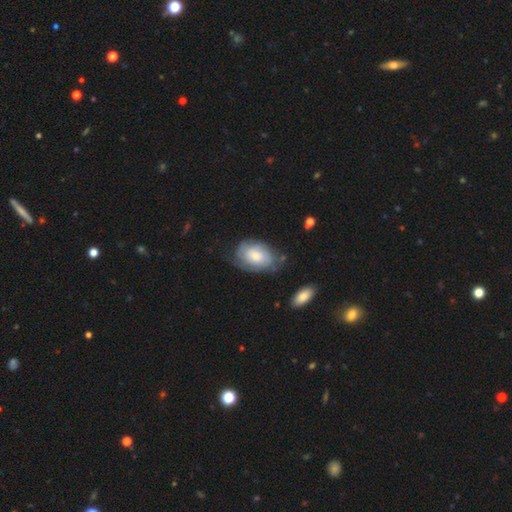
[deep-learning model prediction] Smooth or featured?
  - featured or disk: 48% *
  - smooth: 45%
  - star or artifact: 7%
Merging?
  - none: 60% *
  - minor disturbance: 26%
  - major disturbance: 10%
  - merger: 3%